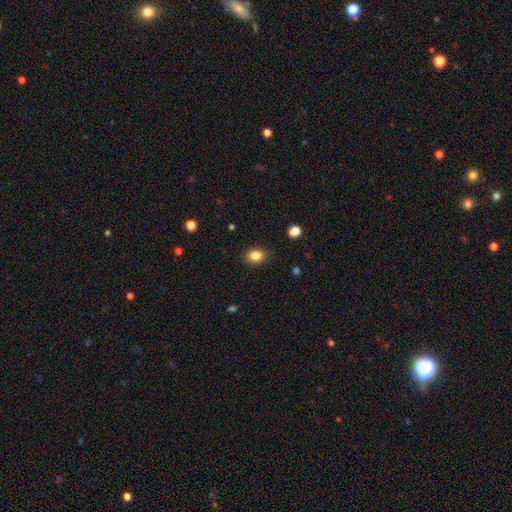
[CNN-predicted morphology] A smooth galaxy with no disk features (84%) that is in between round and cigar-shaped (60%).

Vote fractions:
- Smooth or featured? smooth: 84% / star or artifact: 10% / featured or disk: 6%
- How rounded? in between: 60% / round: 39% / cigar-shaped: 1%
- Merging? none: 87% / minor disturbance: 9% / major disturbance: 2% / merger: 1%